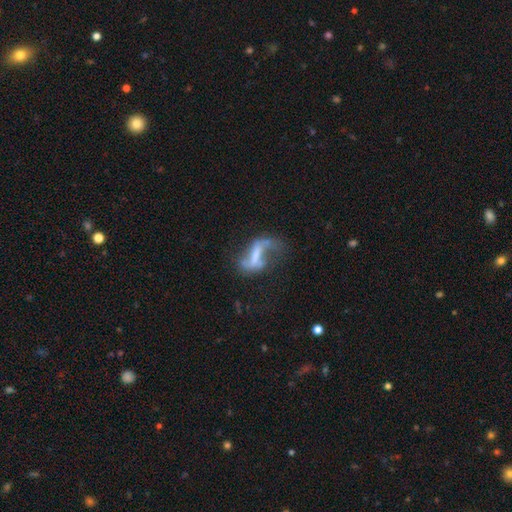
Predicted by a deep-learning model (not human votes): Smooth or featured: featured or disk — 69% (smooth — 20%)
Edge-on disk: no — 94% (yes — 6%)
Bar: strong — 45% (weak — 32%)
Spiral arms: yes — 70% (no — 30%)
Bulge size: none — 50% (small — 22%)
Merging: major disturbance — 37% (none — 35%)